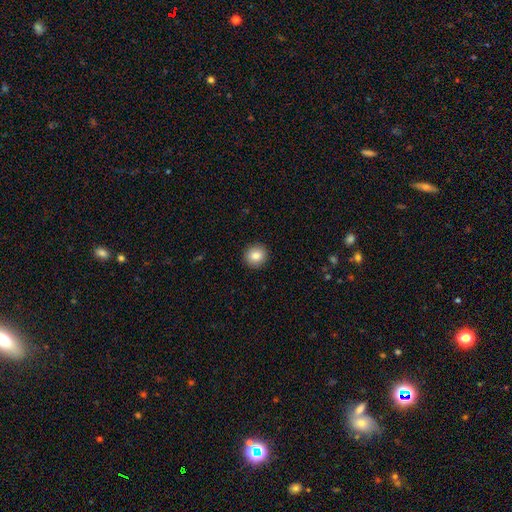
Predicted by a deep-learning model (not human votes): Morphology: type=smooth (86%); roundness=round (90%); merging=none (92%).